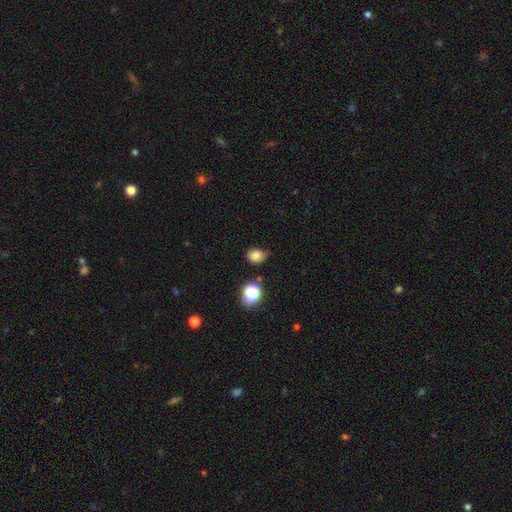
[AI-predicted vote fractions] smooth-or-featured: smooth: 81% | star or artifact: 14% | featured or disk: 5%
  how-rounded: in between: 50% | round: 49% | cigar-shaped: 1%
  merging: none: 70% | minor disturbance: 23% | major disturbance: 4% | merger: 3%